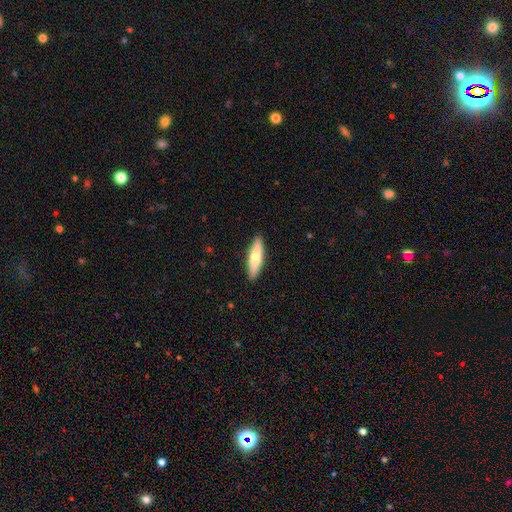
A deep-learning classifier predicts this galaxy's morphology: Smooth or featured?
  - smooth: 58% *
  - featured or disk: 37%
  - star or artifact: 5%
How rounded?
  - cigar-shaped: 63% *
  - in between: 35%
  - round: 2%
Merging?
  - none: 90% *
  - minor disturbance: 7%
  - major disturbance: 2%
  - merger: 1%